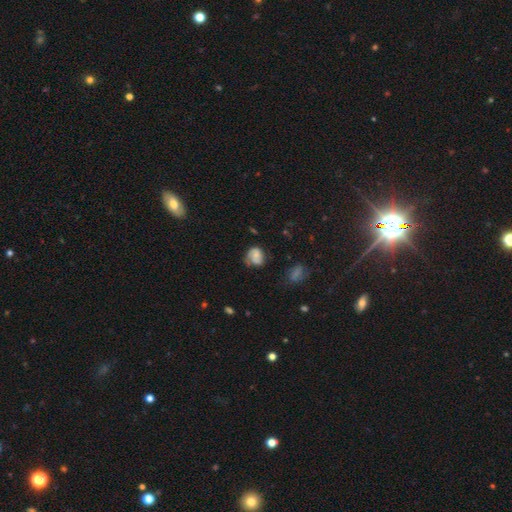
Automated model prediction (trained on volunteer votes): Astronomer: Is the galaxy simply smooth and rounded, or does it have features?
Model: smooth — 55% (runner-up: featured or disk, 35%).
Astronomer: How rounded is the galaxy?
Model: round — 56% (runner-up: in between, 43%).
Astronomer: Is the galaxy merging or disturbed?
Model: none — 45% (runner-up: minor disturbance, 31%).